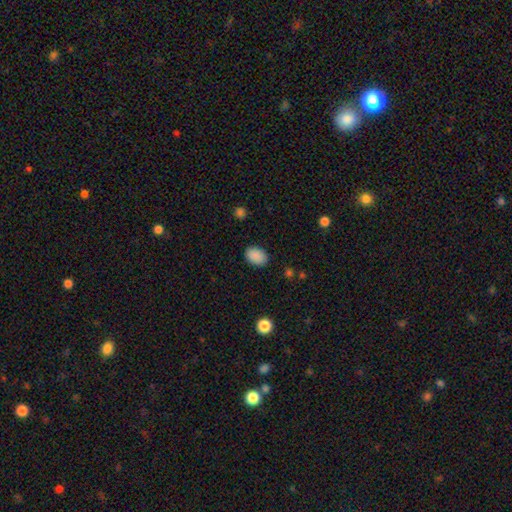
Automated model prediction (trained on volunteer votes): This is clearly a smooth galaxy (89%). How rounded: clearly in between (82%). Merging: clearly none (86%).